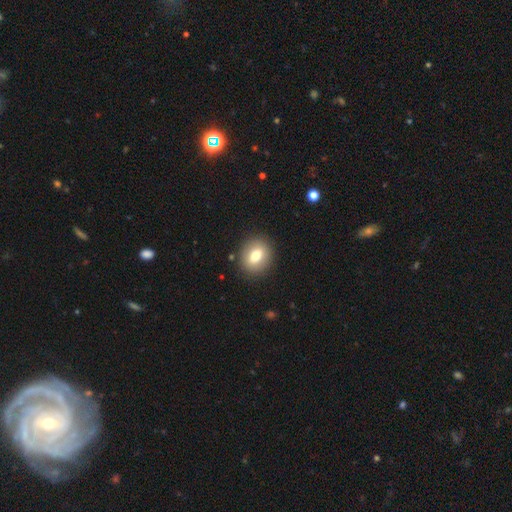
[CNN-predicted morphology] Smooth or featured?
  - smooth: 72% *
  - featured or disk: 20%
  - star or artifact: 9%
How rounded?
  - round: 61% *
  - in between: 38%
  - cigar-shaped: 1%
Merging?
  - none: 88% *
  - minor disturbance: 8%
  - major disturbance: 3%
  - merger: 1%